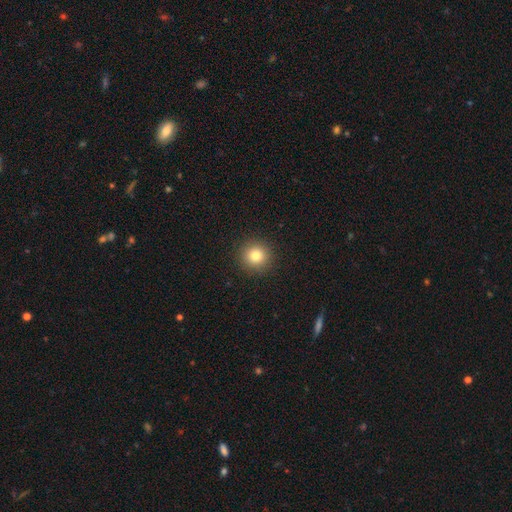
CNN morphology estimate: Smooth or featured? Predicted: smooth (p=0.81). How rounded? Predicted: round (p=0.94). Merging? Predicted: none (p=0.92).